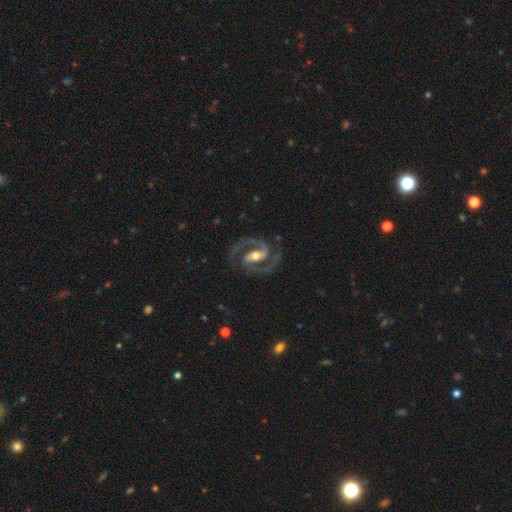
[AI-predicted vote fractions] A featured or disk galaxy (93%) with a strong bar (52%), 2 (94%) medium (65%) spiral arms (98%) and a moderate central bulge (69%).

Vote fractions:
- Smooth or featured? featured or disk: 93% / star or artifact: 4% / smooth: 3%
- Edge-on disk? no: 98% / yes: 2%
- Bar? strong: 52% / weak: 33% / no: 16%
- Spiral arms? yes: 98% / no: 2%
- Spiral winding? medium: 65% / tight: 26% / loose: 10%
- Spiral arm count? 2: 94% / 3: 2% / can't tell: 1% / 1: 1% / 4: 1% / more than 4: 1%
- Bulge size? moderate: 69% / small: 21% / large: 8% / none: 1% / dominant: 1%
- Merging? none: 83% / minor disturbance: 11% / major disturbance: 5% / merger: 1%